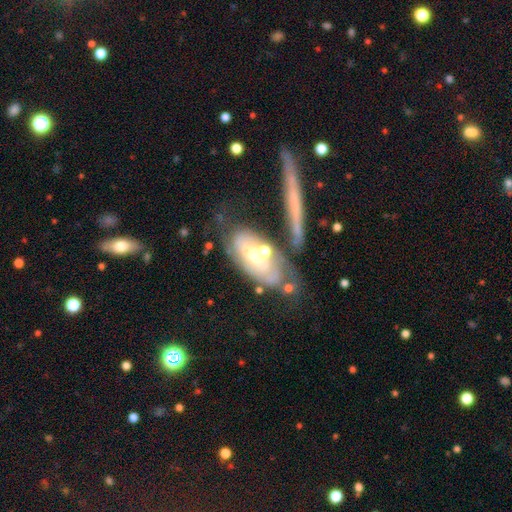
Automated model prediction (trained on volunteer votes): A featured or disk galaxy (63%) with no bar (72%), spiral arms (55%) and a moderate central bulge (52%).

Vote fractions:
- Smooth or featured? featured or disk: 63% / smooth: 29% / star or artifact: 8%
- Edge-on disk? no: 85% / yes: 15%
- Bar? no: 72% / weak: 20% / strong: 8%
- Spiral arms? yes: 55% / no: 45%
- Bulge size? moderate: 52% / small: 37% / large: 5% / none: 4% / dominant: 2%
- Merging? none: 38% / merger: 24% / minor disturbance: 22% / major disturbance: 16%